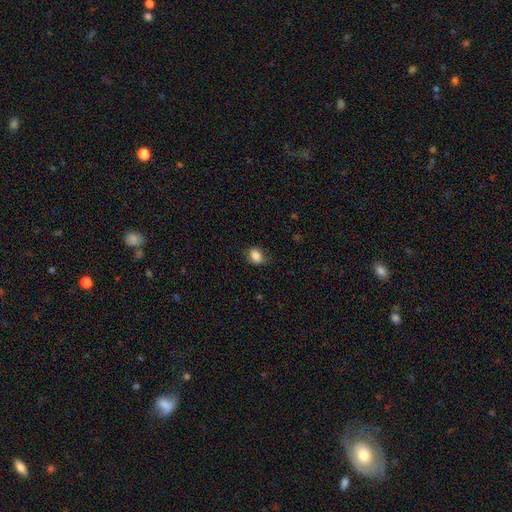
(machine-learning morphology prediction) Q: Smooth or featured?
A: smooth (86%); runner-up: star or artifact (9%)
Q: How rounded?
A: in between (71%); runner-up: round (28%)
Q: Merging?
A: none (70%); runner-up: minor disturbance (24%)